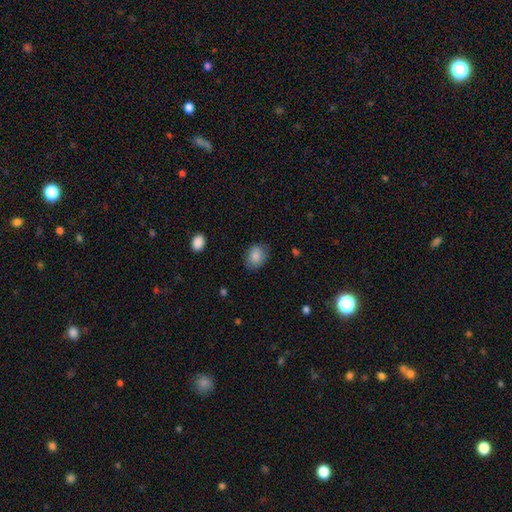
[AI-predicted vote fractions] A smooth galaxy with no disk features (83%) that is in between round and cigar-shaped (68%).

Vote fractions:
- Smooth or featured? smooth: 83% / featured or disk: 10% / star or artifact: 7%
- How rounded? in between: 68% / round: 31% / cigar-shaped: 1%
- Merging? none: 76% / minor disturbance: 18% / major disturbance: 5% / merger: 1%